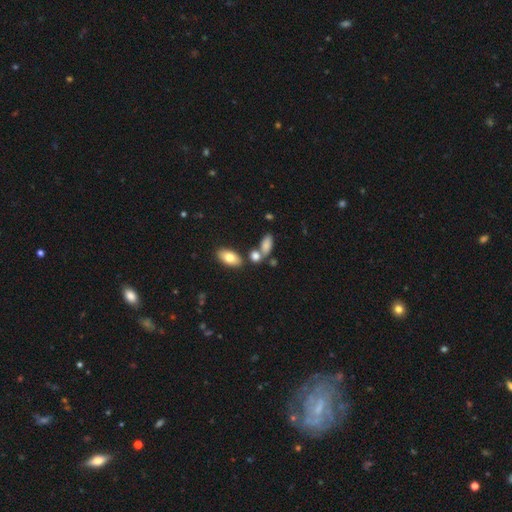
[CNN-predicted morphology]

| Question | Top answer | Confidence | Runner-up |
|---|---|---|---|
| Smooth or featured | smooth | 79% | featured or disk (12%) |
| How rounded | in between | 81% | round (11%) |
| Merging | none | 57% | merger (26%) |